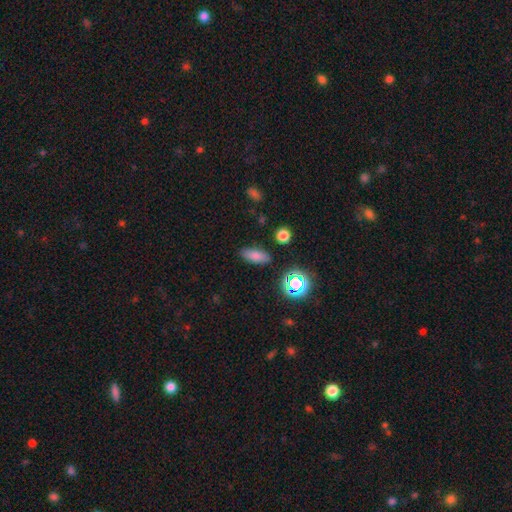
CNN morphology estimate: This is likely a smooth galaxy (76%). How rounded: likely in between (72%). Merging: clearly none (85%).